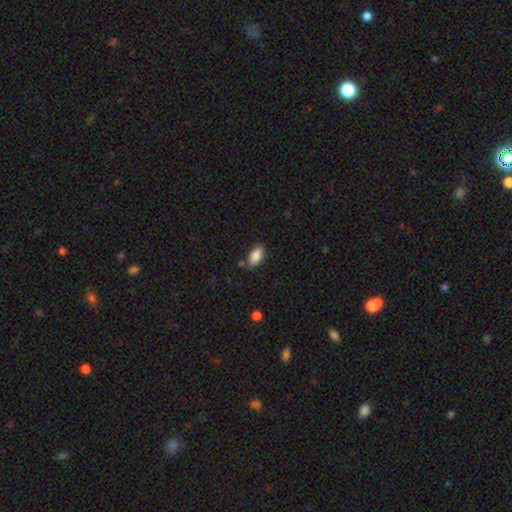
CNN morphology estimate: smooth 88%, star or artifact 7%, featured or disk 5%. Down the decision tree: how rounded — in between (93%); merging — none (81%).